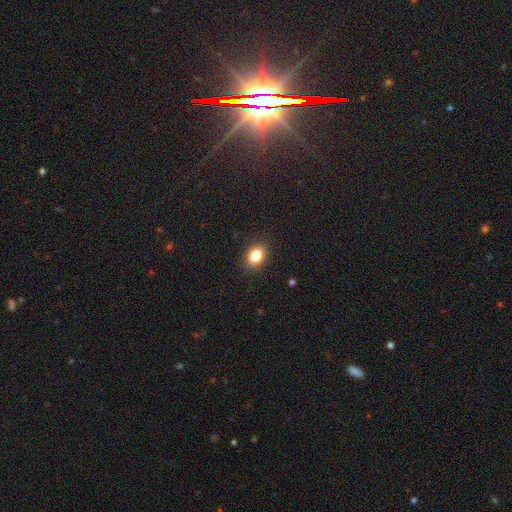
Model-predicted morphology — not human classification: The model was most divided on "how rounded": in between: 77%, round: 22%, cigar-shaped: 1%. More confident: merging — none (88%); smooth or featured — smooth (85%).